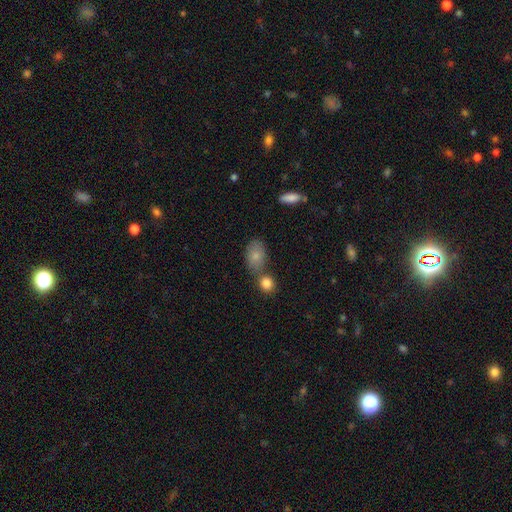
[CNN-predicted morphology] This is clearly a smooth galaxy (81%). How rounded: clearly in between (82%). Merging: possibly none (49%).